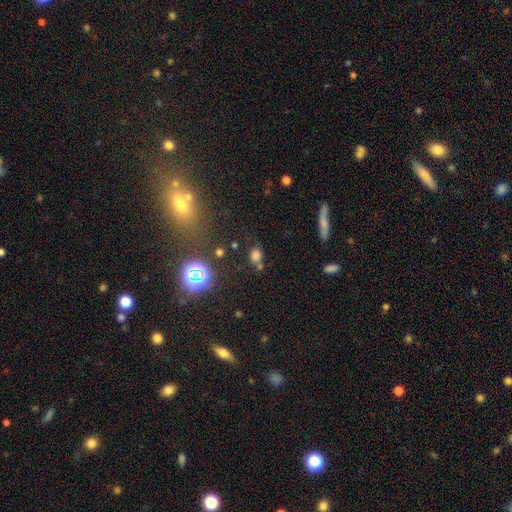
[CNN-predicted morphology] smooth-or-featured: smooth: 67% | star or artifact: 25% | featured or disk: 8%
  how-rounded: round: 60% | in between: 38% | cigar-shaped: 2%
  merging: none: 62% | merger: 16% | minor disturbance: 15% | major disturbance: 7%